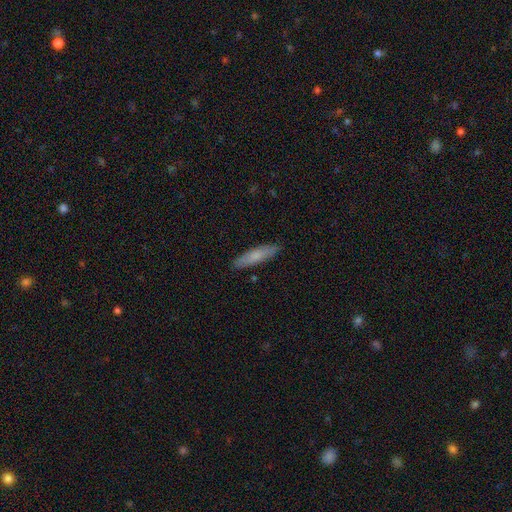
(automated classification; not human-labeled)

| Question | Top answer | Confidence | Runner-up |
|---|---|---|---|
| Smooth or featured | smooth | 74% | featured or disk (20%) |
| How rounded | cigar-shaped | 78% | in between (21%) |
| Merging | none | 88% | minor disturbance (9%) |